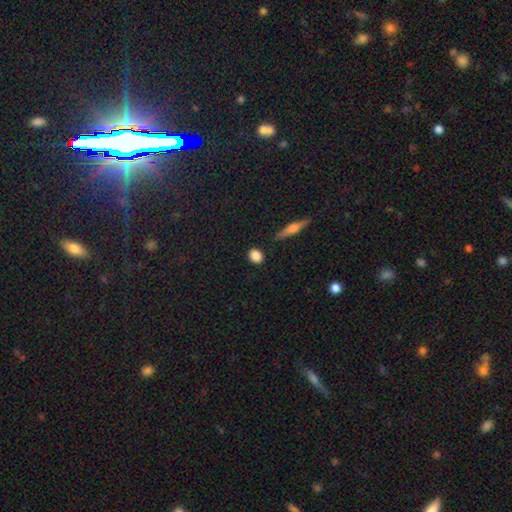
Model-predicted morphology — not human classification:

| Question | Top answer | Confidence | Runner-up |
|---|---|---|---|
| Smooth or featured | smooth | 86% | star or artifact (8%) |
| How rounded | round | 65% | in between (32%) |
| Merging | none | 87% | minor disturbance (8%) |